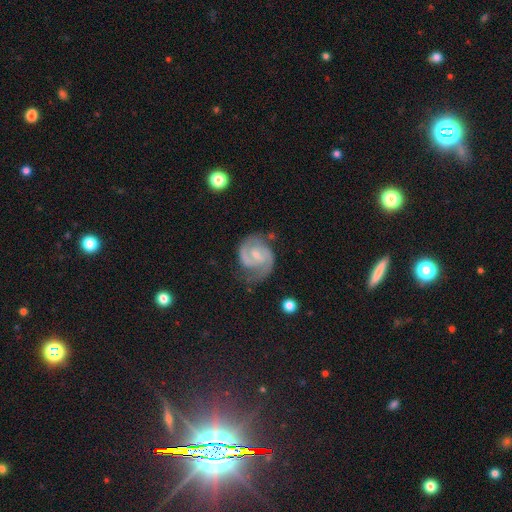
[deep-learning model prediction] This is clearly a featured or disk galaxy (86%). It is clearly not viewed edge-on (98%). Bar: possibly weak (57%). Spiral arm pattern: clearly yes (97%). Spiral arm count: clearly 2 (84%). Spiral winding: possibly medium (49%). Central bulge: possibly small (56%). Merging: likely none (61%).